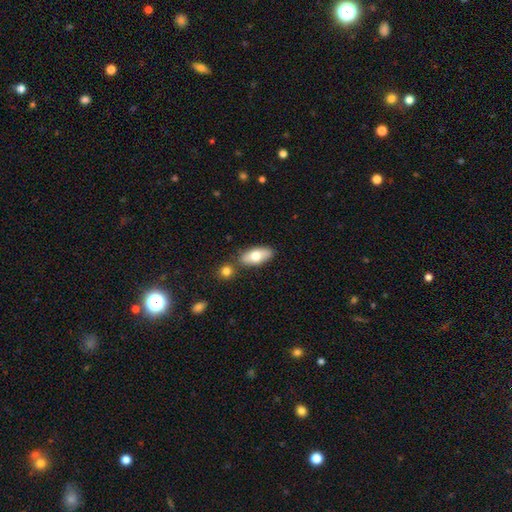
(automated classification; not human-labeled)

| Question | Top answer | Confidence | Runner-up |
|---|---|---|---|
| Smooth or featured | smooth | 74% | featured or disk (20%) |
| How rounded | in between | 87% | cigar-shaped (10%) |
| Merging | none | 75% | minor disturbance (12%) |